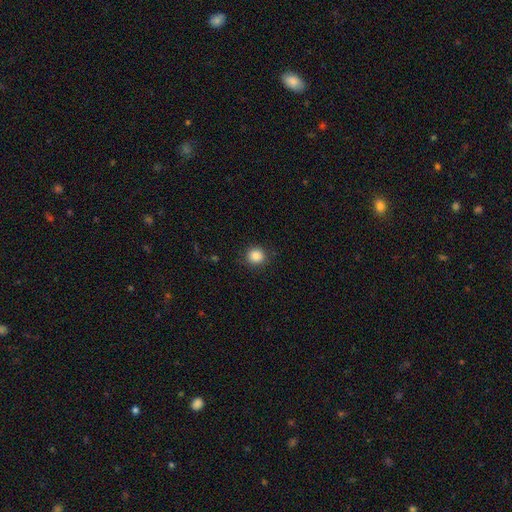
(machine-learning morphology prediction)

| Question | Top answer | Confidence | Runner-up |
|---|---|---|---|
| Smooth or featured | smooth | 87% | star or artifact (10%) |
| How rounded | round | 90% | in between (9%) |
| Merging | none | 88% | minor disturbance (8%) |